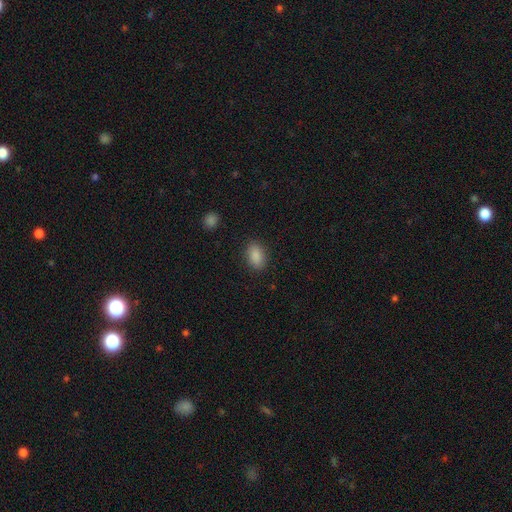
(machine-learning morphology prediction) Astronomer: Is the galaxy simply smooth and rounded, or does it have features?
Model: smooth — 88%.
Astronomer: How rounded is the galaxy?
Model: in between — 88%.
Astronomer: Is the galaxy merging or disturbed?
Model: none — 87%.